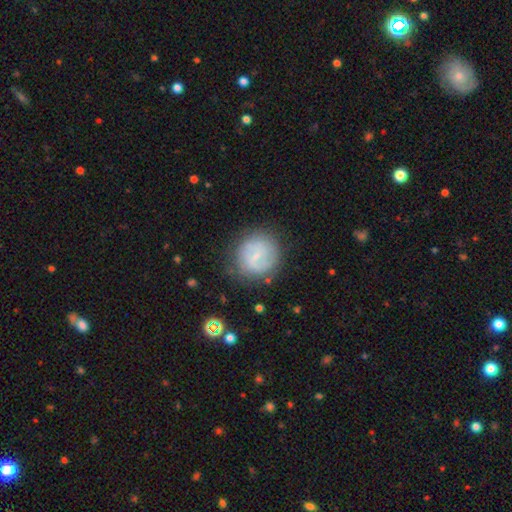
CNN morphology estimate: This is possibly a featured or disk galaxy (47%). Merging: likely none (76%).